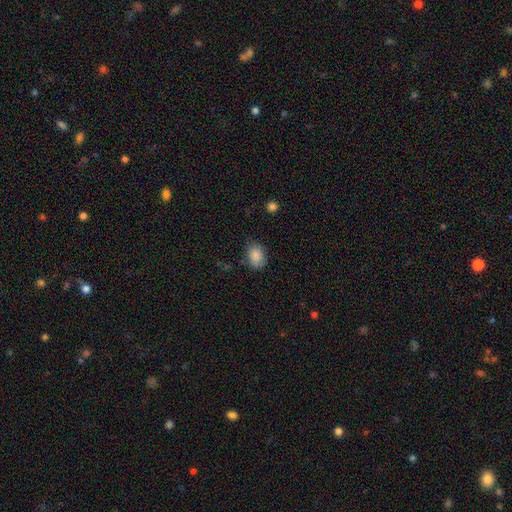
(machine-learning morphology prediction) smooth_or_featured: smooth (p=0.87) [alt: star or artifact p=0.08]
how_rounded: in between (p=0.73) [alt: round p=0.26]
merging: none (p=0.74) [alt: minor disturbance p=0.19]